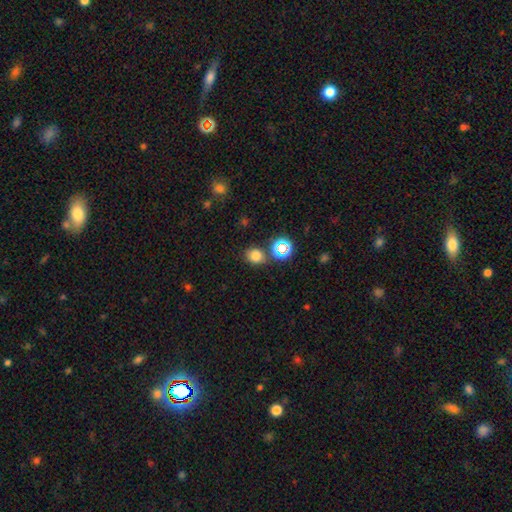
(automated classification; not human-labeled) smooth_or_featured: smooth (p=0.74) [alt: star or artifact p=0.20]
how_rounded: round (p=0.71) [alt: in between p=0.28]
merging: none (p=0.78) [alt: minor disturbance p=0.10]